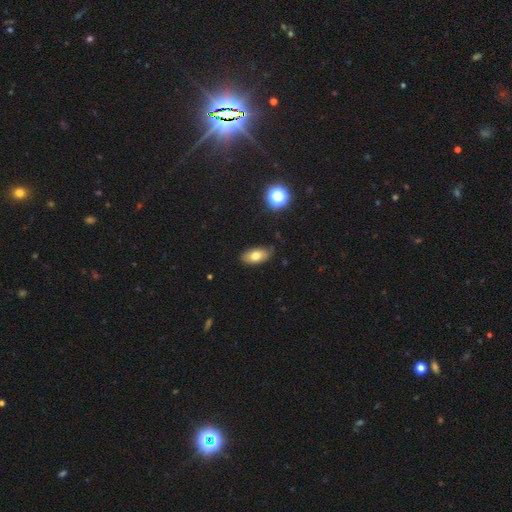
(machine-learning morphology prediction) Smooth or featured?
  - smooth: 74% *
  - featured or disk: 16%
  - star or artifact: 9%
How rounded?
  - in between: 91% *
  - round: 5%
  - cigar-shaped: 4%
Merging?
  - none: 79% *
  - minor disturbance: 16%
  - major disturbance: 3%
  - merger: 2%